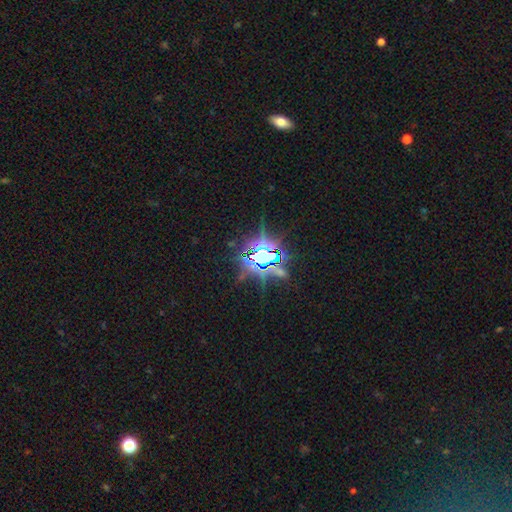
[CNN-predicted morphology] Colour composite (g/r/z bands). It shows a star or artifact, not a galaxy (83%).